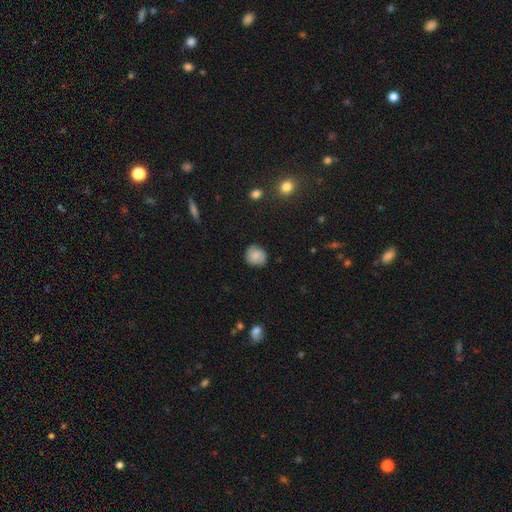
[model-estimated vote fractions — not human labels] Smooth or featured?
  - smooth: 80% *
  - featured or disk: 11%
  - star or artifact: 8%
How rounded?
  - round: 80% *
  - in between: 19%
  - cigar-shaped: 1%
Merging?
  - none: 79% *
  - minor disturbance: 16%
  - major disturbance: 3%
  - merger: 1%